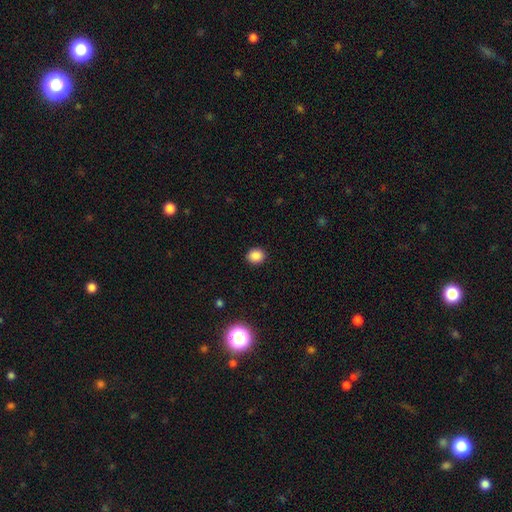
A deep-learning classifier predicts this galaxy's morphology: smooth 86%, star or artifact 11%, featured or disk 3%. Down the decision tree: how rounded — round (74%); merging — none (90%).